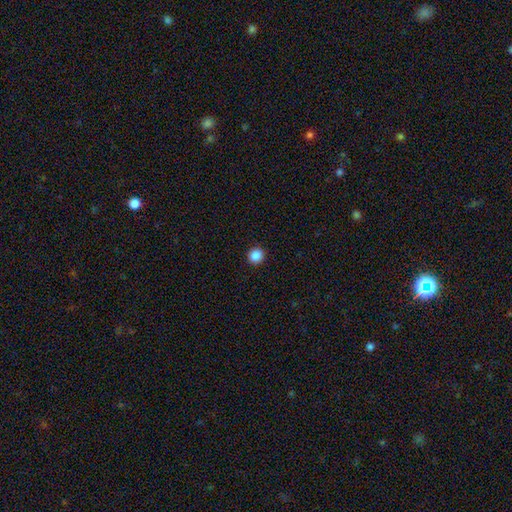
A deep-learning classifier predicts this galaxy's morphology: Smooth or featured?
  - smooth: 87% *
  - star or artifact: 10%
  - featured or disk: 3%
How rounded?
  - round: 93% *
  - in between: 6%
  - cigar-shaped: 1%
Merging?
  - none: 94% *
  - minor disturbance: 4%
  - major disturbance: 1%
  - merger: 1%